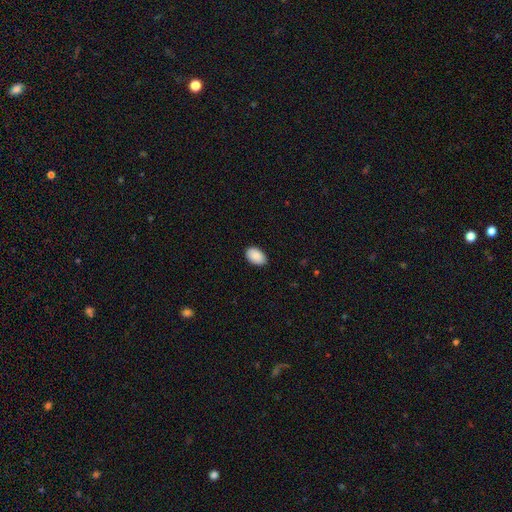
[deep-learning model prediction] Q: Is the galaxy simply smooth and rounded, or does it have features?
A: smooth — 90%.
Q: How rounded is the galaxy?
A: in between — 92%.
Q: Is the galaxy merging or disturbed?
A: none — 86%.